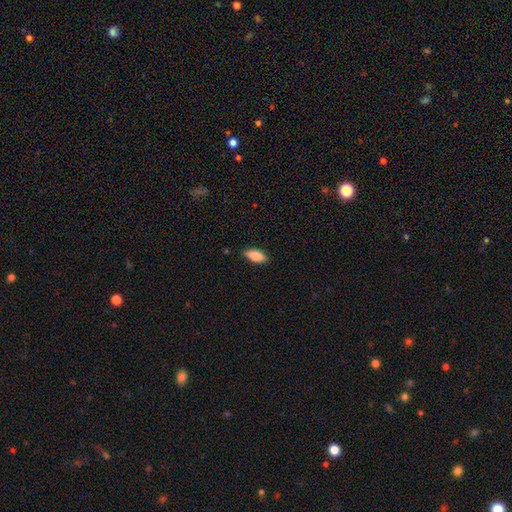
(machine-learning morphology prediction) Smooth or featured?
  - smooth: 87% *
  - featured or disk: 7%
  - star or artifact: 6%
How rounded?
  - in between: 86% *
  - cigar-shaped: 12%
  - round: 2%
Merging?
  - none: 84% *
  - minor disturbance: 13%
  - major disturbance: 2%
  - merger: 1%